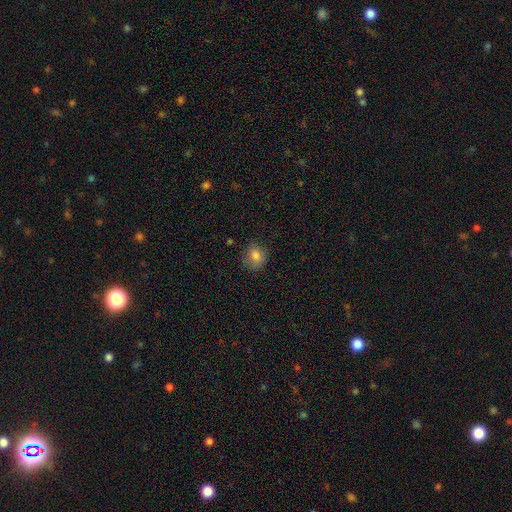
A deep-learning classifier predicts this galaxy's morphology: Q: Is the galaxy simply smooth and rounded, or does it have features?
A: smooth — 81%.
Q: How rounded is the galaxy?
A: round — 65%.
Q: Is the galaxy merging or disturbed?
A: none — 74%.